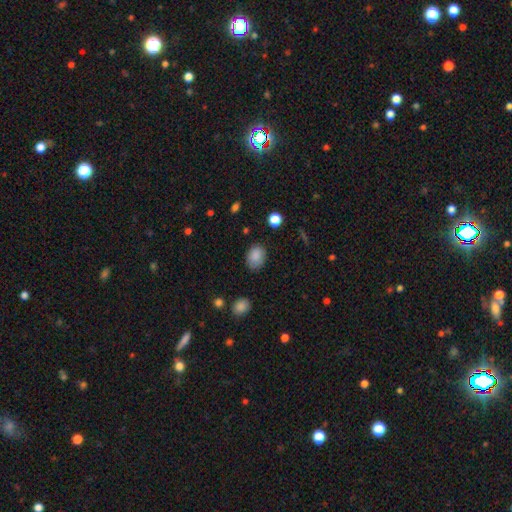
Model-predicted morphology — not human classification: smooth-or-featured: smooth: 86% | star or artifact: 9% | featured or disk: 5%
  how-rounded: in between: 62% | round: 37% | cigar-shaped: 1%
  merging: none: 77% | minor disturbance: 17% | major disturbance: 4% | merger: 2%